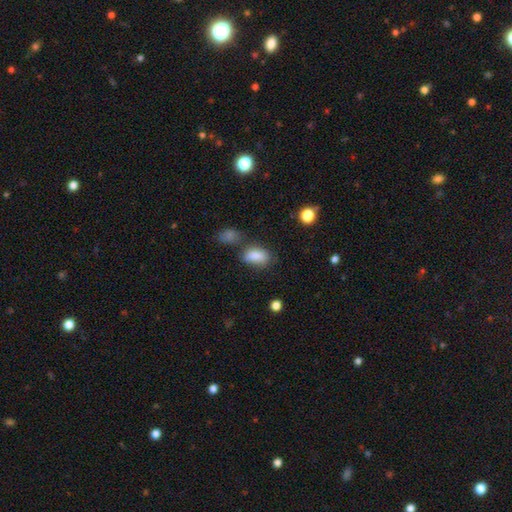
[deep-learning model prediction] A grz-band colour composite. It shows a smooth galaxy with no disk features (85%) that is in between round and cigar-shaped (90%). Merging: none (56%).